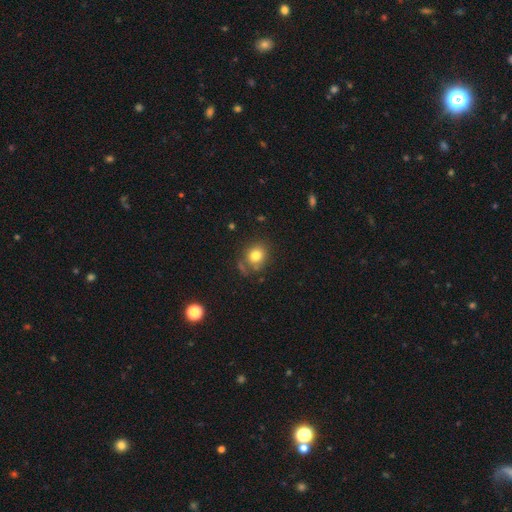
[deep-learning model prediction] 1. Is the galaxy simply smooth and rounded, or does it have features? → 79% smooth, 11% star or artifact, 9% featured or disk.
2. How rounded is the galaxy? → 70% round, 29% in between, 1% cigar-shaped.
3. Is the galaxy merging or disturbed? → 71% none, 16% minor disturbance, 7% merger, 6% major disturbance.